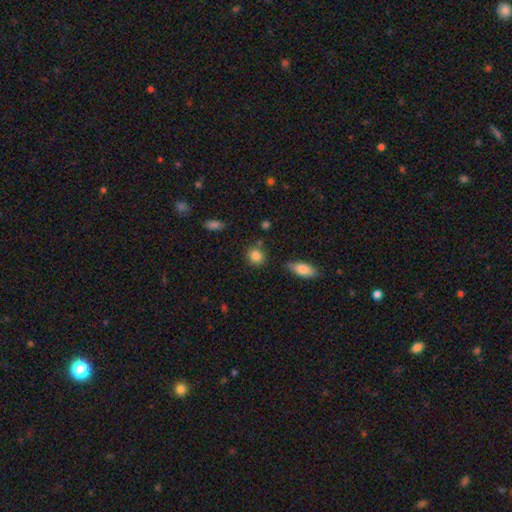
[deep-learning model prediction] A smooth galaxy with no disk features (85%) that is round (74%).

Vote fractions:
- Smooth or featured? smooth: 85% / star or artifact: 9% / featured or disk: 6%
- How rounded? round: 74% / in between: 24% / cigar-shaped: 2%
- Merging? none: 78% / minor disturbance: 12% / merger: 6% / major disturbance: 3%